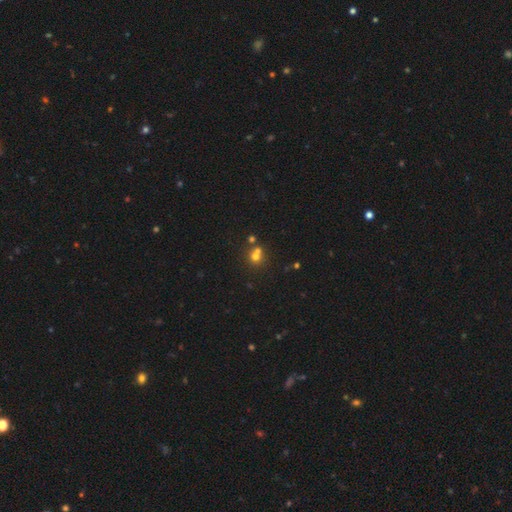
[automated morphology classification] type=smooth (66%); roundness=round (85%); merging=none (49%).